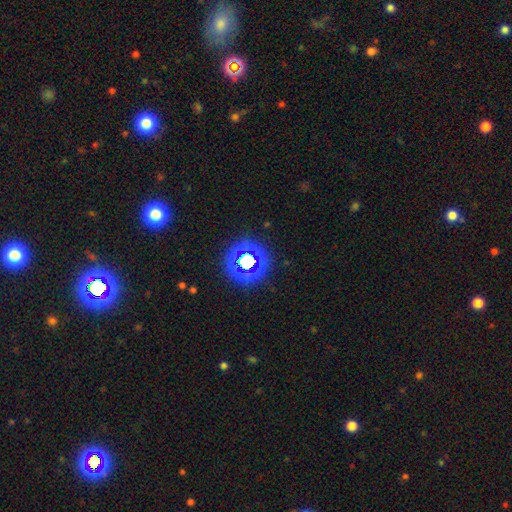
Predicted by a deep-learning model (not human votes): Overall: star or artifact (76%).